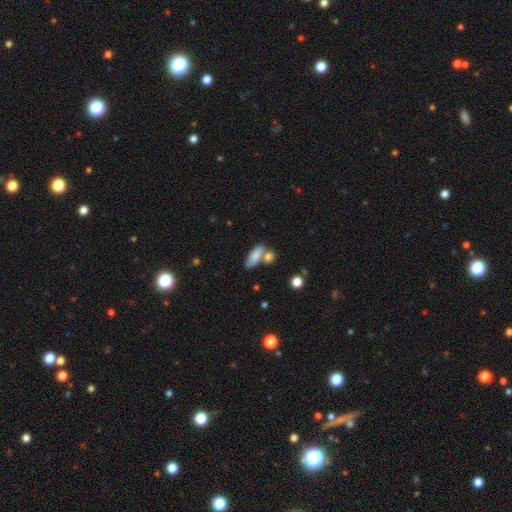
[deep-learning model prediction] Smooth or featured? Predicted: smooth (p=0.81). How rounded? Predicted: in between (p=0.71). Merging? Predicted: none (p=0.48).